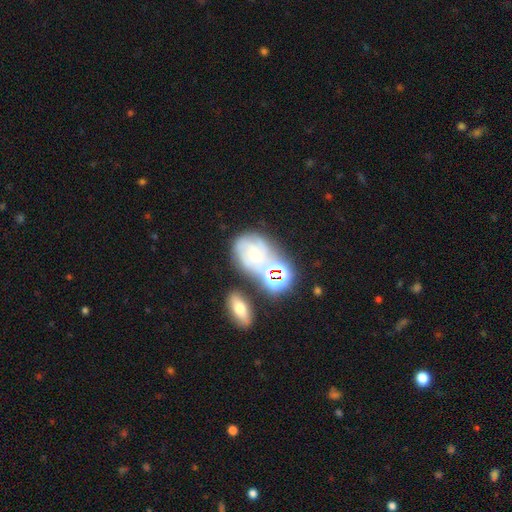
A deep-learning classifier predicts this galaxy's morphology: A featured or disk galaxy (56%) with no bar (78%), spiral arms (79%) and a small central bulge (61%).

Vote fractions:
- Smooth or featured? featured or disk: 56% / smooth: 25% / star or artifact: 19%
- Edge-on disk? no: 96% / yes: 4%
- Bar? no: 78% / weak: 18% / strong: 4%
- Spiral arms? yes: 79% / no: 21%
- Bulge size? small: 61% / moderate: 28% / none: 6% / large: 3% / dominant: 2%
- Merging? none: 52% / minor disturbance: 21% / merger: 16% / major disturbance: 12%